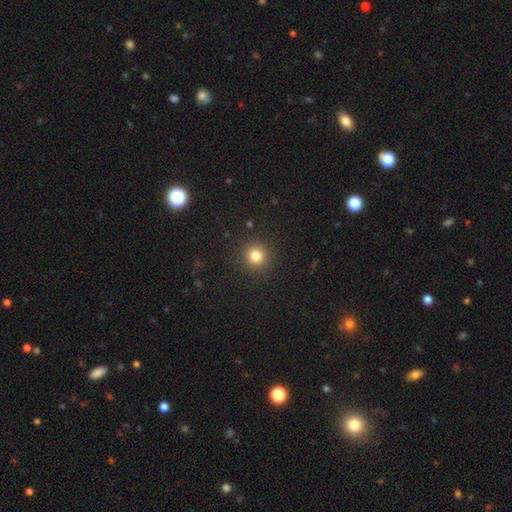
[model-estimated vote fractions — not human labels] Q: Smooth or featured?
A: smooth (81%); runner-up: star or artifact (13%)
Q: How rounded?
A: round (93%); runner-up: in between (6%)
Q: Merging?
A: none (91%); runner-up: minor disturbance (6%)